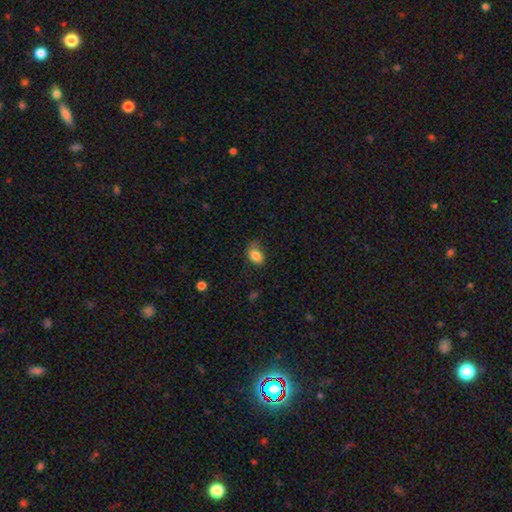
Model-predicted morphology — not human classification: Q: Smooth or featured?
A: smooth (84%); runner-up: star or artifact (9%)
Q: How rounded?
A: in between (77%); runner-up: round (22%)
Q: Merging?
A: none (57%); runner-up: minor disturbance (30%)